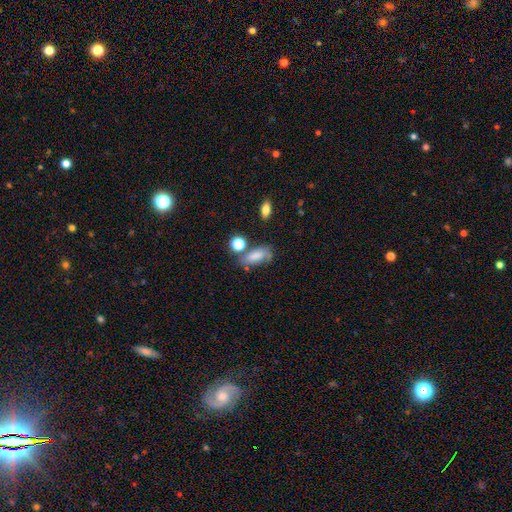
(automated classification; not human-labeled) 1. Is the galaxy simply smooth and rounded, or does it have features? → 75% smooth, 15% featured or disk, 11% star or artifact.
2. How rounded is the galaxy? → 78% in between, 14% cigar-shaped, 8% round.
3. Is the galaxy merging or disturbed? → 53% none, 22% minor disturbance, 15% merger, 10% major disturbance.